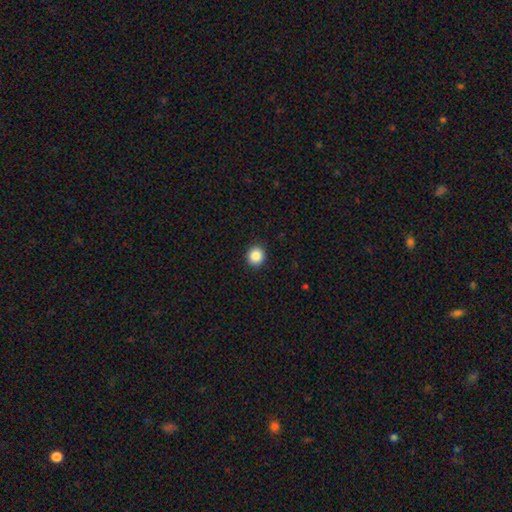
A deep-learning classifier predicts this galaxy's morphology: smooth_or_featured: smooth (p=0.87) [alt: star or artifact p=0.10]
how_rounded: round (p=0.87) [alt: in between p=0.12]
merging: none (p=0.92) [alt: minor disturbance p=0.06]